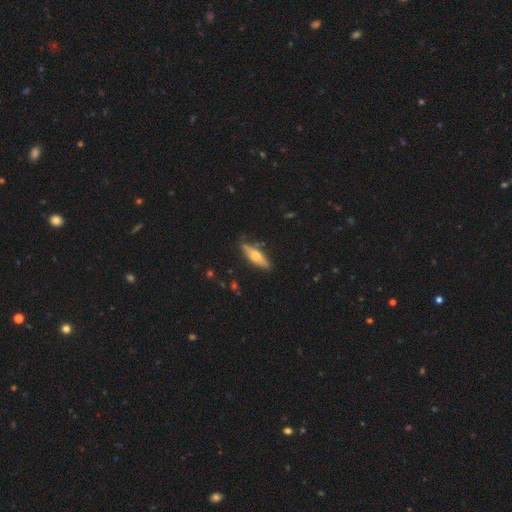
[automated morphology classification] featured or disk 50%, smooth 44%, star or artifact 6%. Down the decision tree: edge-on disk — yes (87%); merging — none (82%).